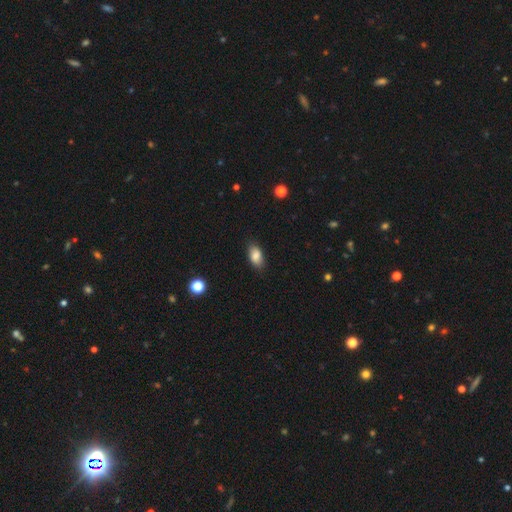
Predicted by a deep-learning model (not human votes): Smooth or featured?
  - smooth: 85% *
  - star or artifact: 8%
  - featured or disk: 8%
How rounded?
  - in between: 91% *
  - round: 5%
  - cigar-shaped: 4%
Merging?
  - none: 84% *
  - minor disturbance: 12%
  - major disturbance: 2%
  - merger: 1%